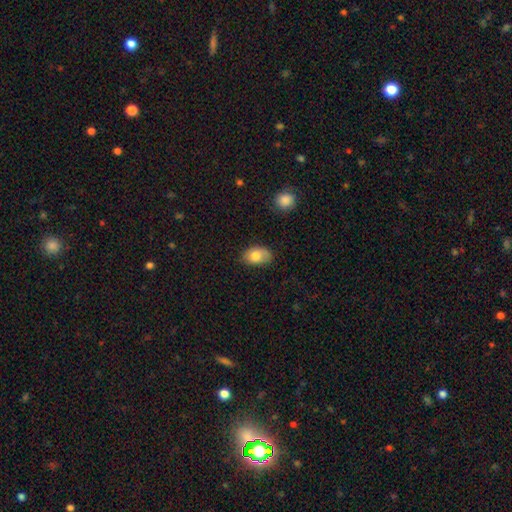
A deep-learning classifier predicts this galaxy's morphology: The model was most divided on "merging": none: 71%, minor disturbance: 23%, major disturbance: 4%, merger: 2%. More confident: how rounded — in between (87%); smooth or featured — smooth (79%).